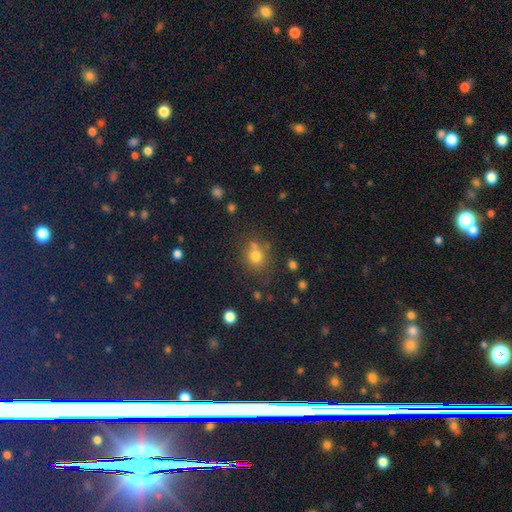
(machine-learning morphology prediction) smooth 71%, star or artifact 20%, featured or disk 9%. Down the decision tree: how rounded — round (79%); merging — none (67%).